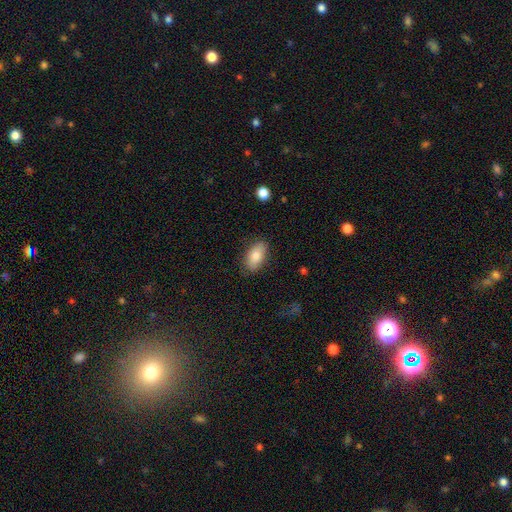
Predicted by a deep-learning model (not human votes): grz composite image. It shows a smooth galaxy with no disk features (80%) that is in between round and cigar-shaped (91%). Merging: none (84%).